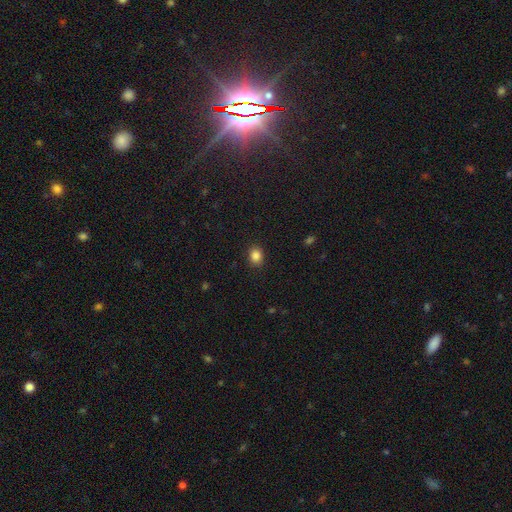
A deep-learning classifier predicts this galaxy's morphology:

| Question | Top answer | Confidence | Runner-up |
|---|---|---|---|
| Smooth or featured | smooth | 86% | star or artifact (10%) |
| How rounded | round | 55% | in between (44%) |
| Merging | none | 89% | minor disturbance (8%) |